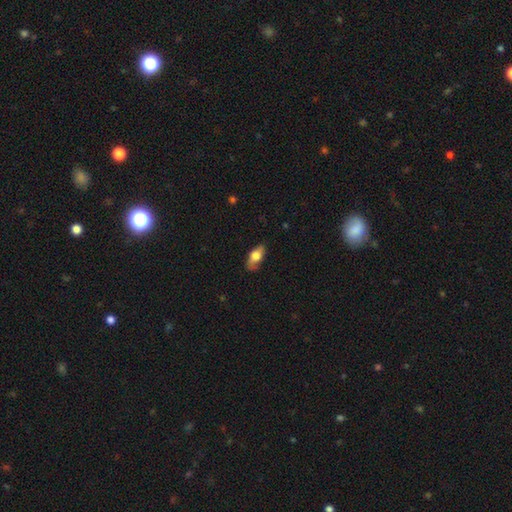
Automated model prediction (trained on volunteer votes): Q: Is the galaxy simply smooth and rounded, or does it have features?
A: smooth — 67%.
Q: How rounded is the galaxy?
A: in between — 85%.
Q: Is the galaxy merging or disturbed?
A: none — 72%.